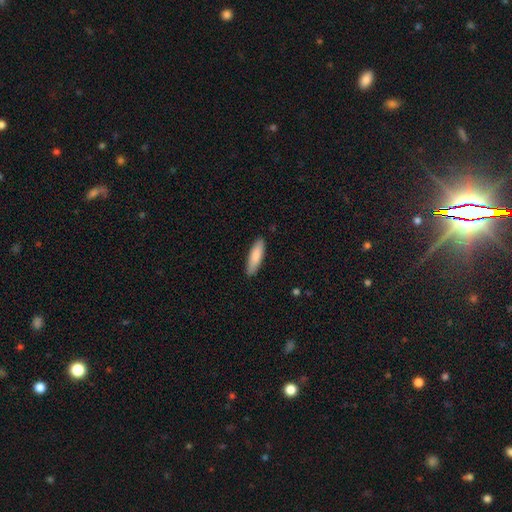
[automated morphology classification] type=smooth (85%); roundness=cigar-shaped (61%); merging=none (88%).